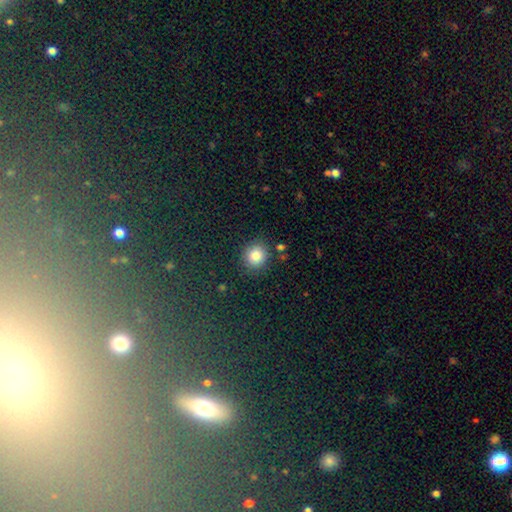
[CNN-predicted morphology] Smooth or featured: smooth — 84% (star or artifact — 10%)
How rounded: round — 86% (in between — 13%)
Merging: none — 85% (minor disturbance — 9%)